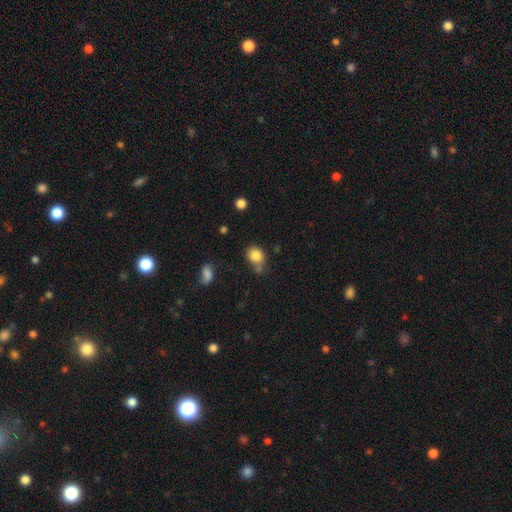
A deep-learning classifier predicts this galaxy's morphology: smooth-or-featured: smooth: 84% | star or artifact: 10% | featured or disk: 7%
  how-rounded: round: 54% | in between: 45% | cigar-shaped: 1%
  merging: none: 59% | minor disturbance: 19% | merger: 17% | major disturbance: 6%